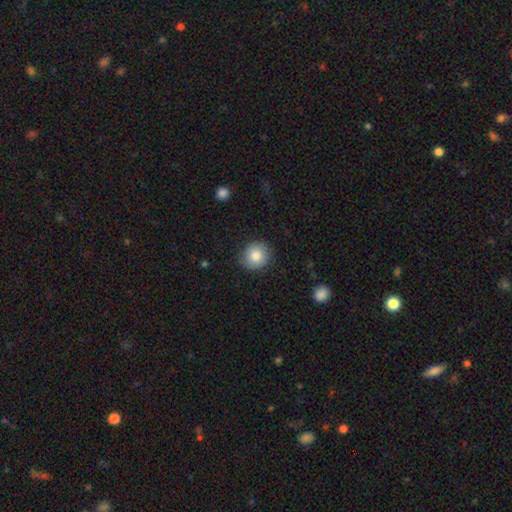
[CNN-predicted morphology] smooth-or-featured: smooth: 84% | star or artifact: 8% | featured or disk: 8%
  how-rounded: round: 89% | in between: 10% | cigar-shaped: 1%
  merging: none: 85% | minor disturbance: 11% | major disturbance: 3% | merger: 1%